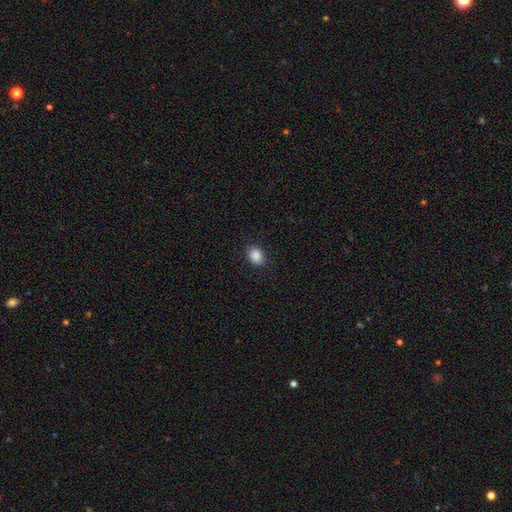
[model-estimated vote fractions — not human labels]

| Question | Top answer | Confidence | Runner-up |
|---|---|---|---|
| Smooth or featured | smooth | 89% | star or artifact (9%) |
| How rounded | in between | 60% | round (39%) |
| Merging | none | 89% | minor disturbance (8%) |